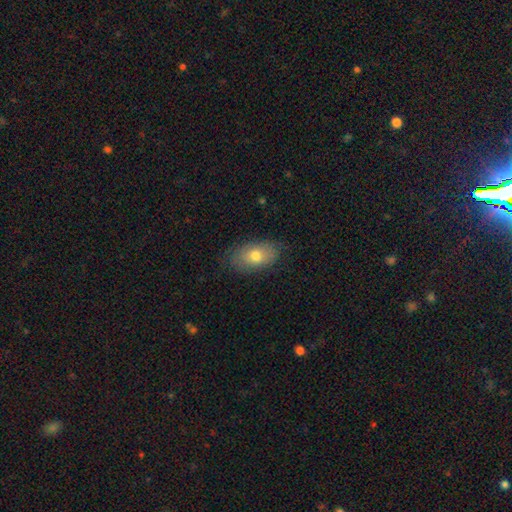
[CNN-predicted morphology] Smooth or featured?
  - smooth: 73% *
  - featured or disk: 19%
  - star or artifact: 8%
How rounded?
  - in between: 90% *
  - round: 8%
  - cigar-shaped: 2%
Merging?
  - none: 80% *
  - minor disturbance: 15%
  - major disturbance: 4%
  - merger: 1%